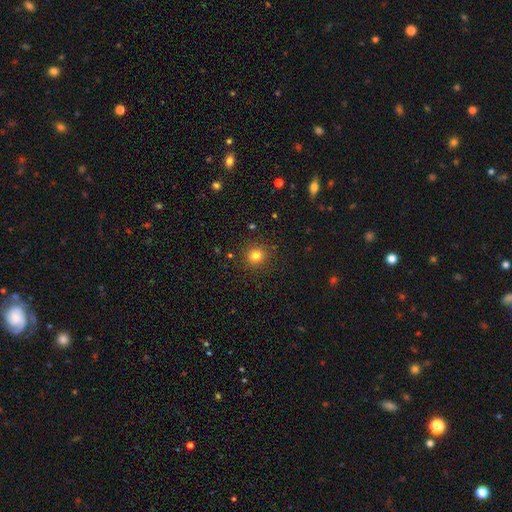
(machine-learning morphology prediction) A smooth galaxy with no disk features (80%) that is round (89%).

Vote fractions:
- Smooth or featured? smooth: 80% / star or artifact: 14% / featured or disk: 6%
- How rounded? round: 89% / in between: 10% / cigar-shaped: 1%
- Merging? none: 90% / minor disturbance: 7% / major disturbance: 2% / merger: 1%